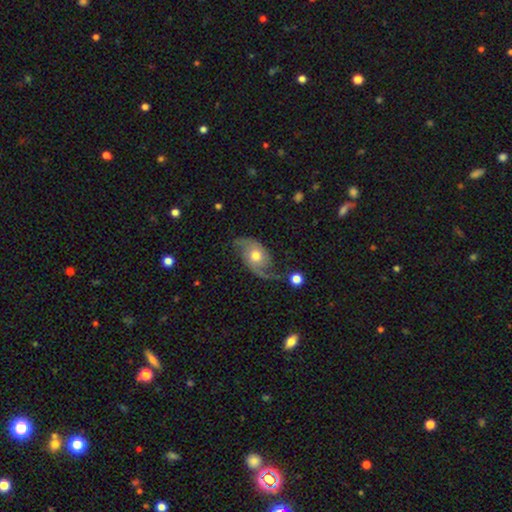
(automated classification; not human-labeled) Overall: featured or disk (78%). Edge-on disk: no (96%). Bar: no (76%). Spiral arms: yes (93%). Spiral arm count: 2 (89%). Spiral winding: loose (59%; medium 31%). Bulge size: moderate (72%). Merging: none (59%; minor disturbance 23%).